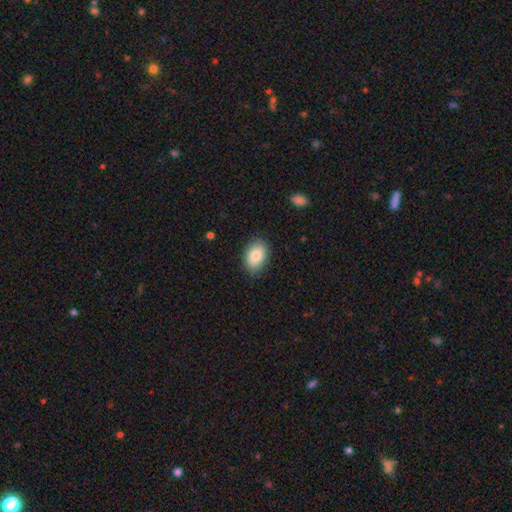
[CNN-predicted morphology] Smooth or featured: smooth — 86% (featured or disk — 8%)
How rounded: in between — 84% (round — 15%)
Merging: none — 84% (minor disturbance — 12%)